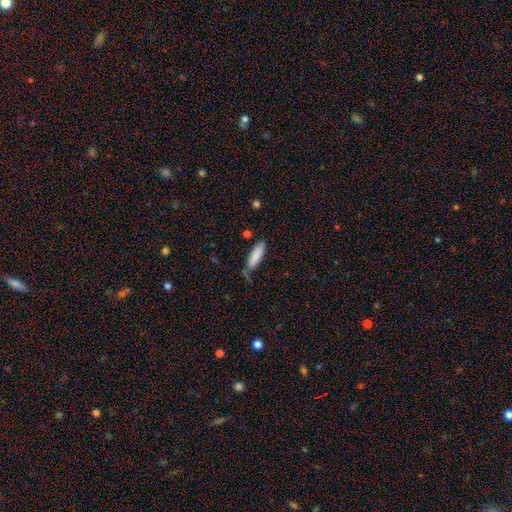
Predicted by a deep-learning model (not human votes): Smooth or featured?
  - smooth: 85% *
  - featured or disk: 9%
  - star or artifact: 6%
How rounded?
  - cigar-shaped: 54% *
  - in between: 45%
  - round: 2%
Merging?
  - none: 57% *
  - minor disturbance: 29%
  - major disturbance: 9%
  - merger: 5%